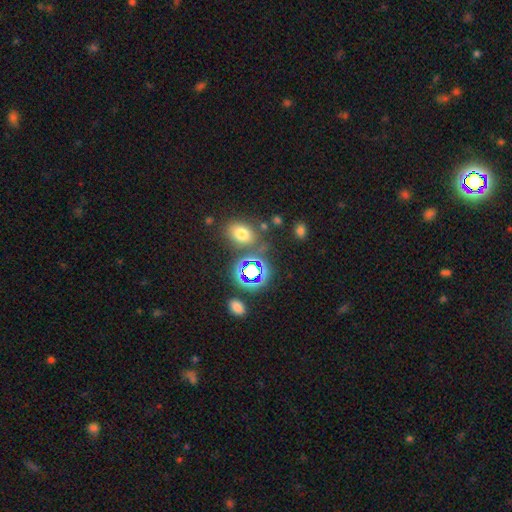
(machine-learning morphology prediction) smooth_or_featured: star or artifact (p=0.45) [alt: smooth p=0.43]